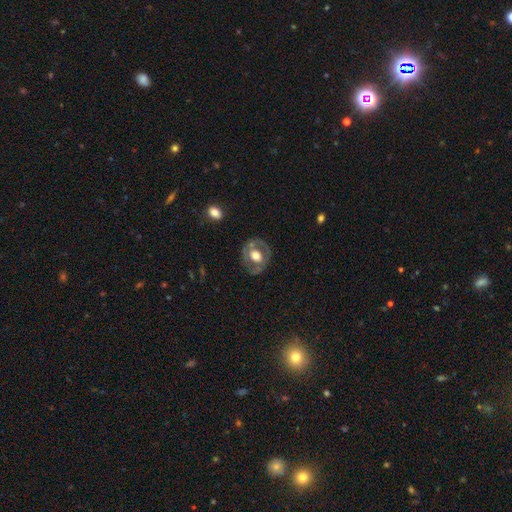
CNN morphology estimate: This appears to be a featured or disk galaxy (58%) with no bar (74%), no spiral arms (72%) and a moderate central bulge (51%). Merging: none (74%).